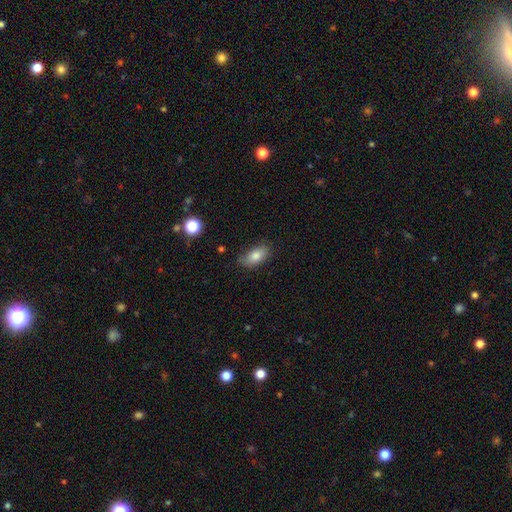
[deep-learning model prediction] A smooth galaxy with no disk features (81%) that is in between round and cigar-shaped (89%). Merging: none (75%).